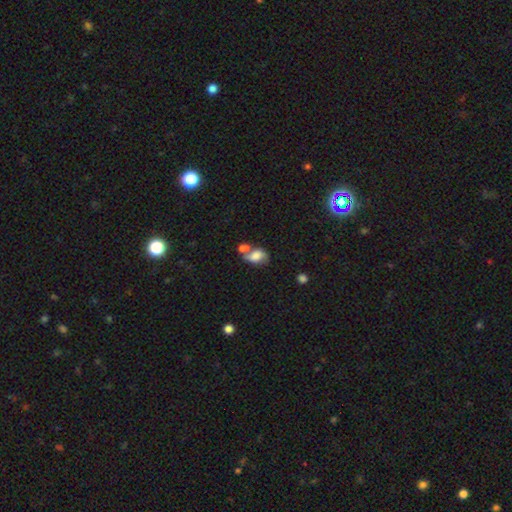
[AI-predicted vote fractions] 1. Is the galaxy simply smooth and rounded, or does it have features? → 55% smooth, 34% featured or disk, 11% star or artifact.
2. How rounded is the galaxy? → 78% in between, 20% round, 2% cigar-shaped.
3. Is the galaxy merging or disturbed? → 42% merger, 29% none, 17% minor disturbance, 12% major disturbance.